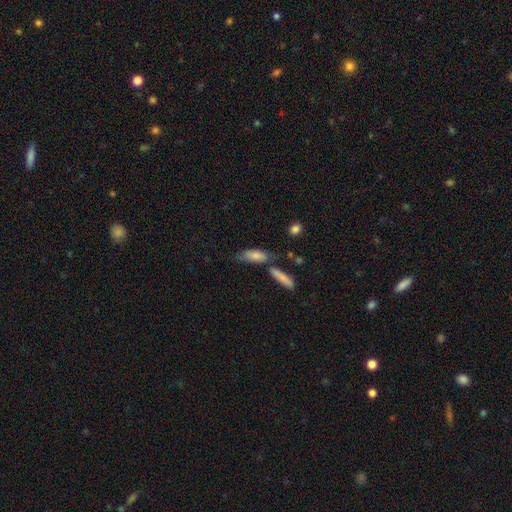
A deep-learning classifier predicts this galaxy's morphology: type=smooth (78%); roundness=in between (64%); merging=none (48%).